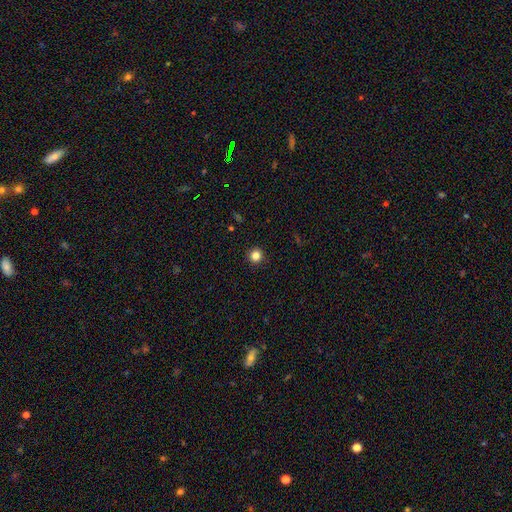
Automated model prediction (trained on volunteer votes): A smooth galaxy with no disk features (83%) that is round (96%).

Vote fractions:
- Smooth or featured? smooth: 83% / star or artifact: 12% / featured or disk: 4%
- How rounded? round: 96% / in between: 3% / cigar-shaped: 1%
- Merging? none: 93% / minor disturbance: 4% / major disturbance: 2% / merger: 1%